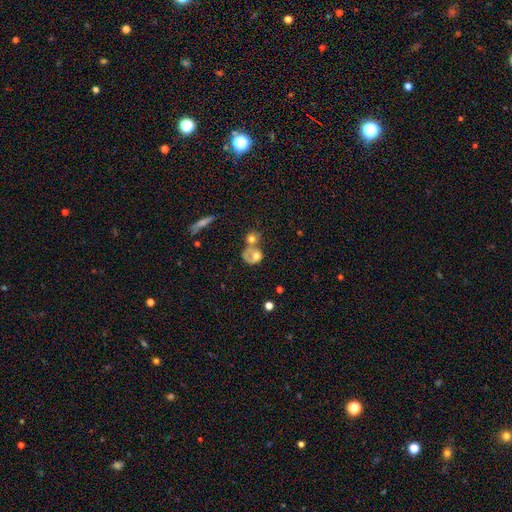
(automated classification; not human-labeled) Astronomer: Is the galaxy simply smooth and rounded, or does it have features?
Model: smooth — 54% (runner-up: featured or disk, 36%).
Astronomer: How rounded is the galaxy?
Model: round — 56% (runner-up: in between, 42%).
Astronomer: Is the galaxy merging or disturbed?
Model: merger — 56%.